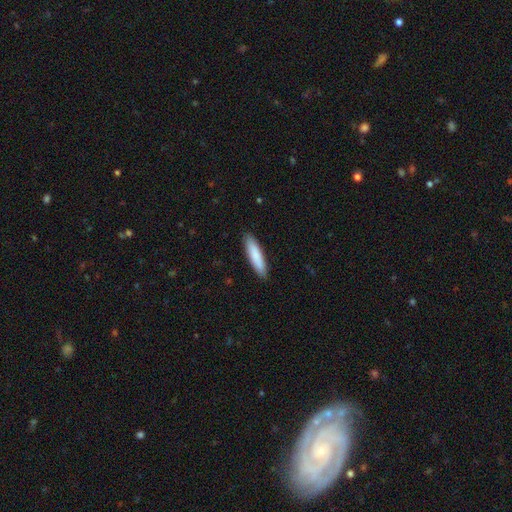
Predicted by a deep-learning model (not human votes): The model was most divided on "how rounded": cigar-shaped: 79%, in between: 20%, round: 1%. More confident: merging — none (89%); smooth or featured — smooth (85%).